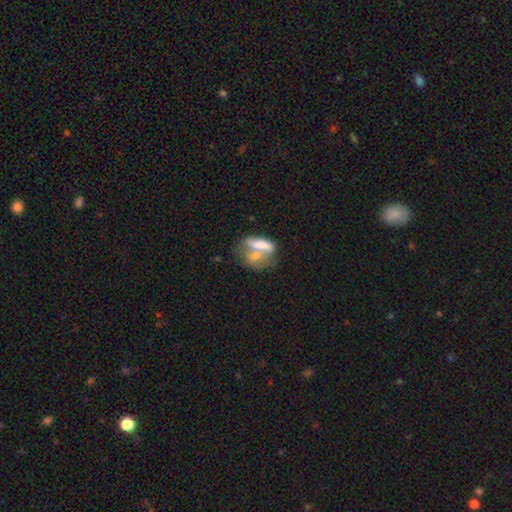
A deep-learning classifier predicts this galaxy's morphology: Smooth or featured? smooth (60%)
How rounded? in between (62%)
Merging? merger (56%)